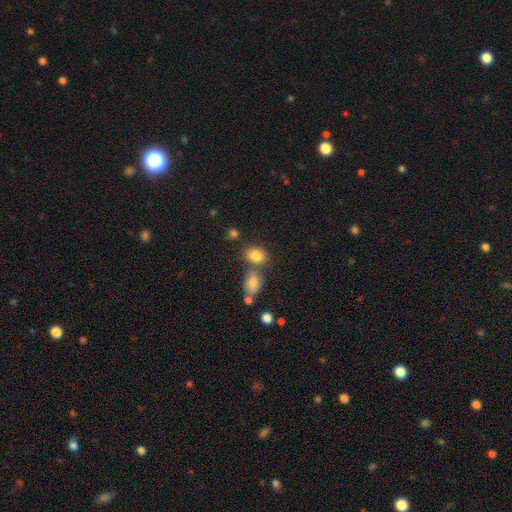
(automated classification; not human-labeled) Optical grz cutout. It shows a smooth galaxy with no disk features (83%) that is in between round and cigar-shaped (72%). Merging: none (58%).